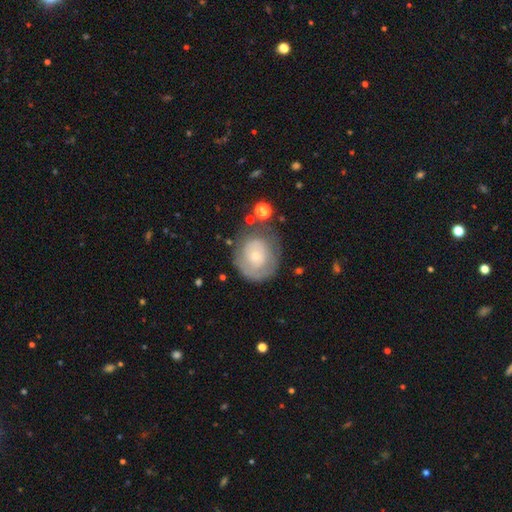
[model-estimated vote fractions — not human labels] A featured or disk galaxy (47%). Merging: none (58%).